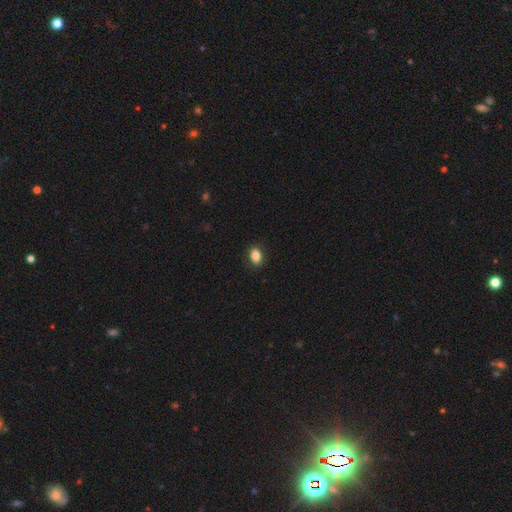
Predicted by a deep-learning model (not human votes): This appears to be a smooth galaxy with no disk features (85%) that is in between round and cigar-shaped (77%). Merging: none (89%).